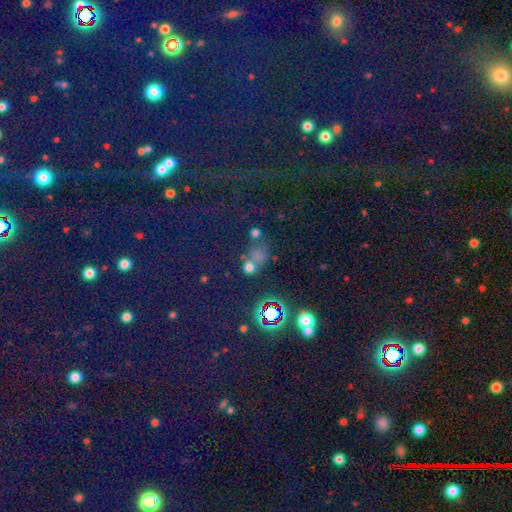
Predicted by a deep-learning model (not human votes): A star or artifact, not a galaxy (45%).